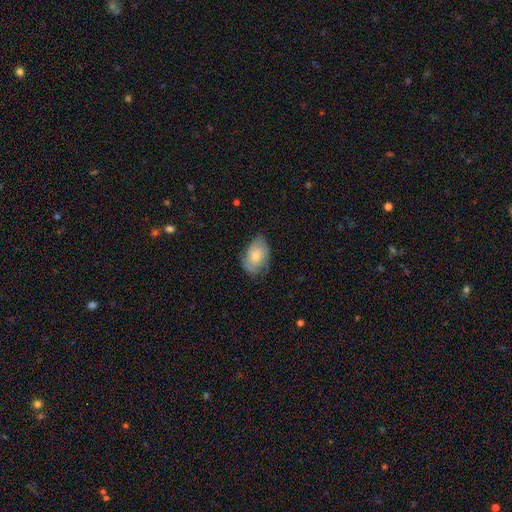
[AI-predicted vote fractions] Morphology: type=smooth (52%); roundness=in between (83%); merging=none (64%).